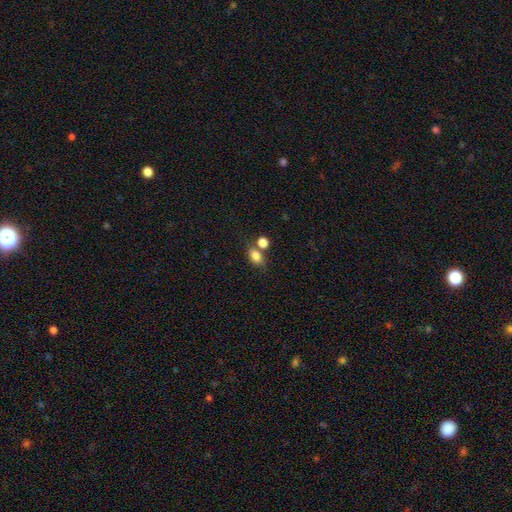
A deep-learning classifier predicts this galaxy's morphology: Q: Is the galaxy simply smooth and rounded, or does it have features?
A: smooth — 82%.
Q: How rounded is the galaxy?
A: in between — 76%.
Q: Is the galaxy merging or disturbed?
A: none — 53%.